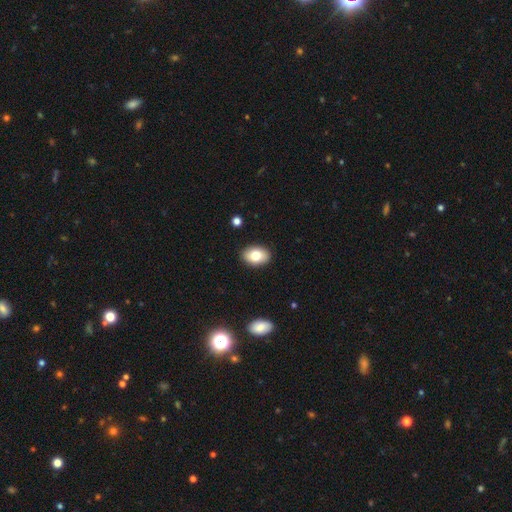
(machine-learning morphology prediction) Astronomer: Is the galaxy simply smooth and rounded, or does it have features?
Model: smooth — 80%.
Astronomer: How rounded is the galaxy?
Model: in between — 84%.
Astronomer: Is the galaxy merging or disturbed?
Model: none — 89%.